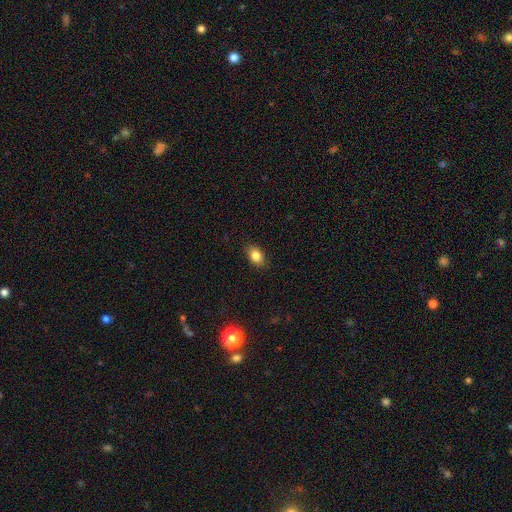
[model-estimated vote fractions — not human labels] This appears to be a smooth galaxy with no disk features (84%) that is in between round and cigar-shaped (79%). Merging: none (86%).